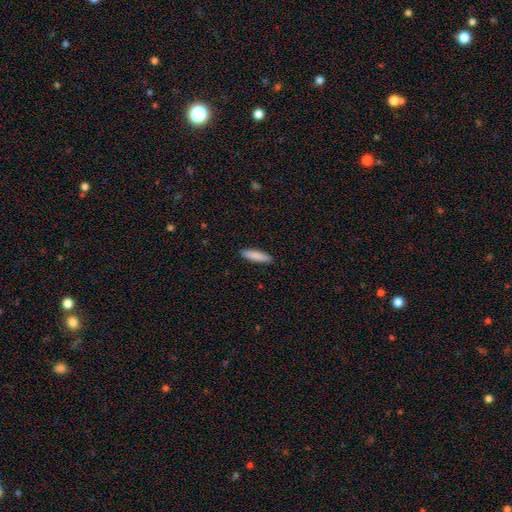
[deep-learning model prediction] A smooth galaxy with no disk features (87%) that is cigar-shaped (74%). Merging: none (90%).